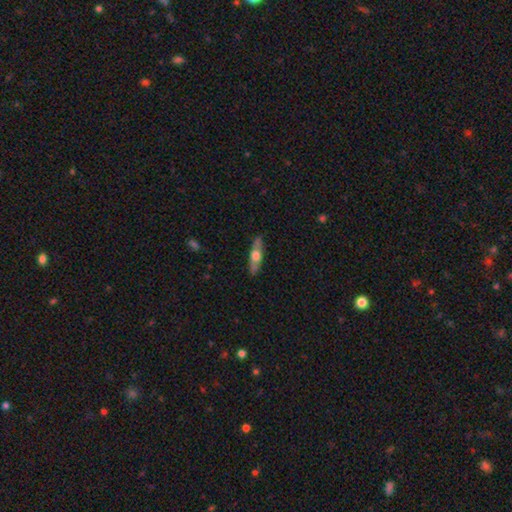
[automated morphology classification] Smooth or featured: featured or disk — 53% (smooth — 42%)
Edge-on disk: yes — 87% (no — 13%)
Merging: none — 87% (minor disturbance — 10%)